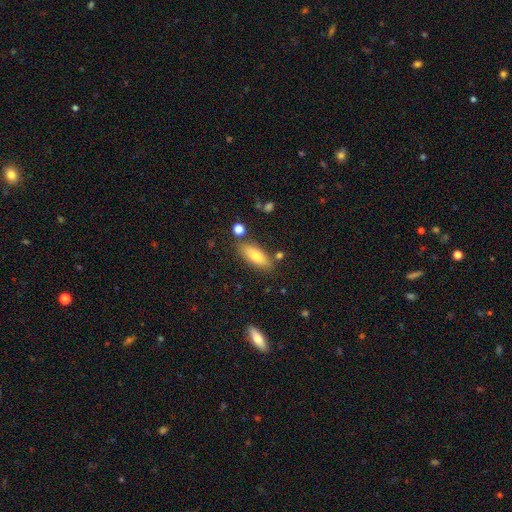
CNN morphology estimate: smooth 73%, featured or disk 19%, star or artifact 7%. Down the decision tree: how rounded — in between (71%); merging — none (81%).